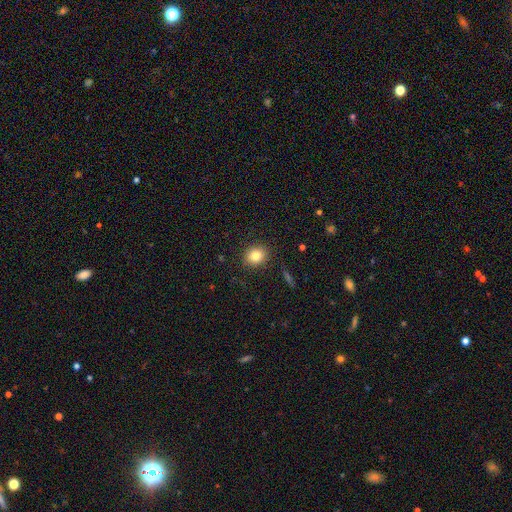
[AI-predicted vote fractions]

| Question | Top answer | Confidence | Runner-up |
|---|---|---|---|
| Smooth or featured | smooth | 81% | star or artifact (10%) |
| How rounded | round | 70% | in between (29%) |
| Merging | none | 89% | minor disturbance (7%) |